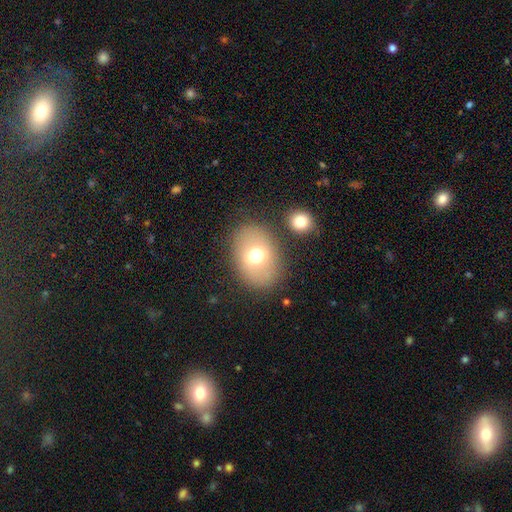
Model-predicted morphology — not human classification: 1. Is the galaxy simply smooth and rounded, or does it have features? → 67% smooth, 22% featured or disk, 12% star or artifact.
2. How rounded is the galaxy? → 64% in between, 35% round, 1% cigar-shaped.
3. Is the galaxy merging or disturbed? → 78% none, 10% minor disturbance, 7% merger, 5% major disturbance.